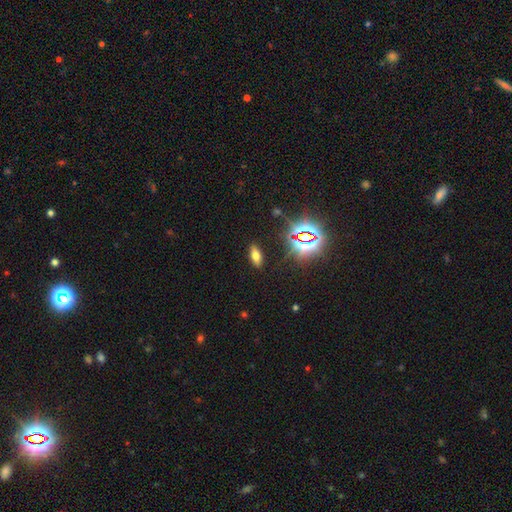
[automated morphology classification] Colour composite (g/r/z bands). It shows a smooth galaxy with no disk features (56%) that is in between round and cigar-shaped (77%). Merging: none (89%).